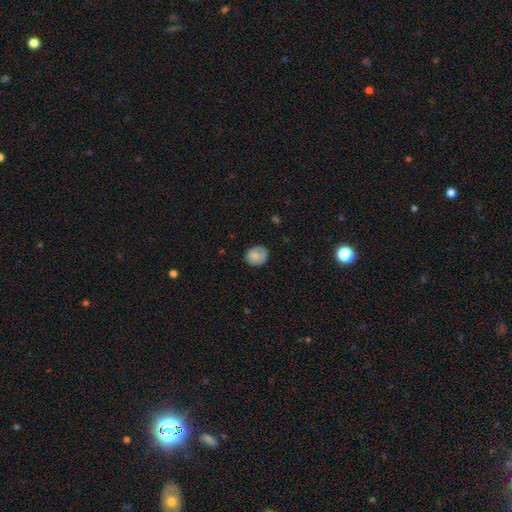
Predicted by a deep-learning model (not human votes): smooth-or-featured: smooth: 83% | featured or disk: 9% | star or artifact: 8%
  how-rounded: round: 58% | in between: 41% | cigar-shaped: 1%
  merging: none: 75% | minor disturbance: 19% | major disturbance: 4% | merger: 1%